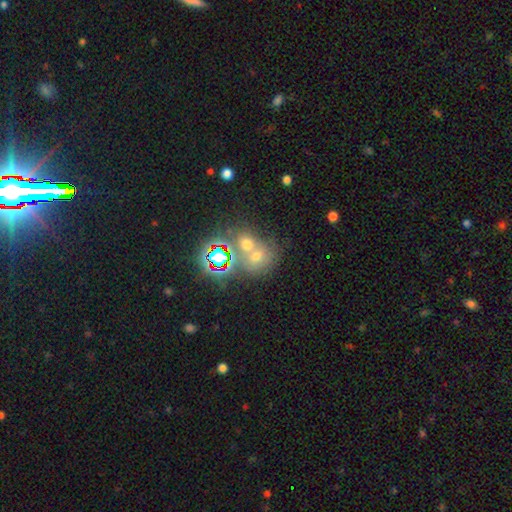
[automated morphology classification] Overall: star or artifact (46%; smooth 39%).